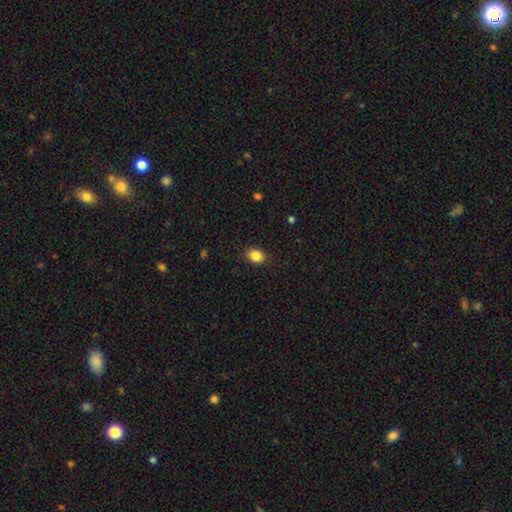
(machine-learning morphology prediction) Q: Smooth or featured?
A: smooth (86%); runner-up: star or artifact (9%)
Q: How rounded?
A: in between (64%); runner-up: round (35%)
Q: Merging?
A: none (88%); runner-up: minor disturbance (8%)